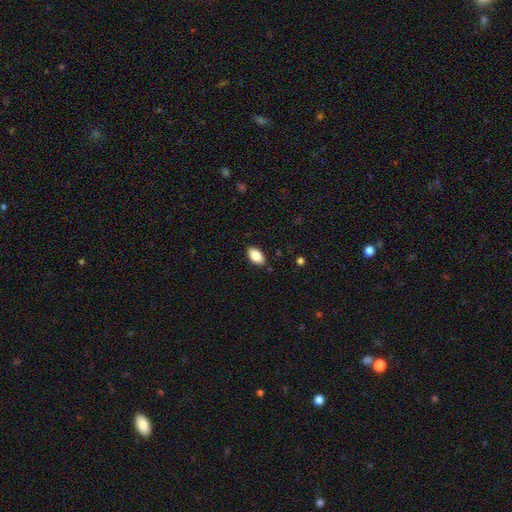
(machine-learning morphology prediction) smooth_or_featured: smooth (p=0.86) [alt: star or artifact p=0.07]
how_rounded: in between (p=0.93) [alt: round p=0.04]
merging: none (p=0.87) [alt: minor disturbance p=0.10]